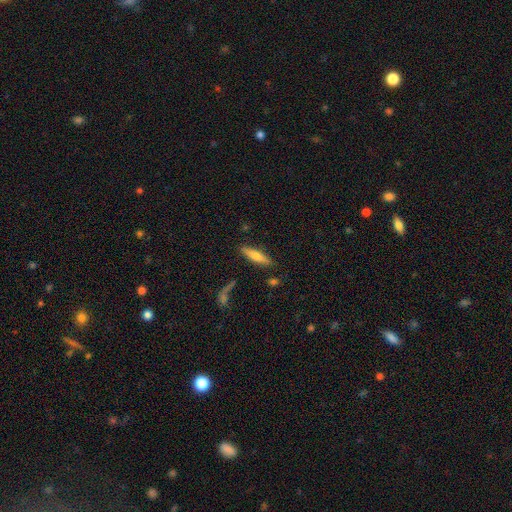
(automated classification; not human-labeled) This is likely a smooth galaxy (63%). How rounded: likely cigar-shaped (73%). Merging: clearly none (82%).